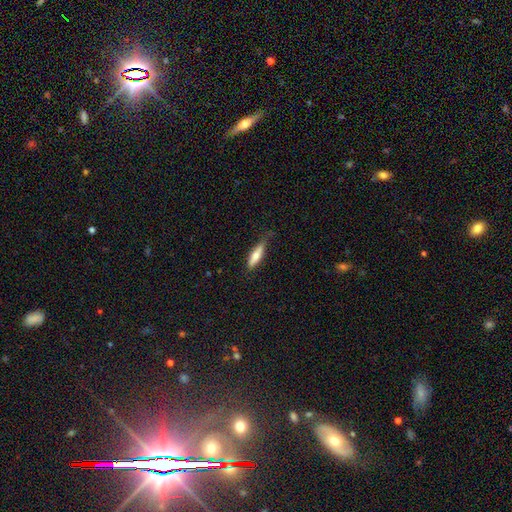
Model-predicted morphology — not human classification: smooth 64%, featured or disk 30%, star or artifact 6%. Down the decision tree: how rounded — cigar-shaped (66%); merging — none (62%).